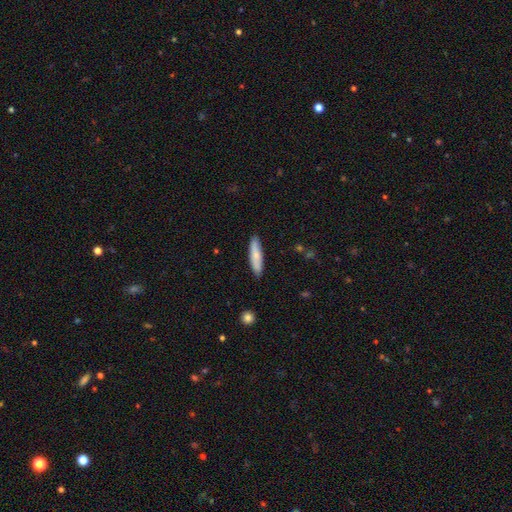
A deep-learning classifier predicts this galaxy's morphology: Smooth or featured?
  - smooth: 74% *
  - featured or disk: 20%
  - star or artifact: 5%
How rounded?
  - cigar-shaped: 71% *
  - in between: 27%
  - round: 2%
Merging?
  - none: 87% *
  - minor disturbance: 10%
  - major disturbance: 2%
  - merger: 1%